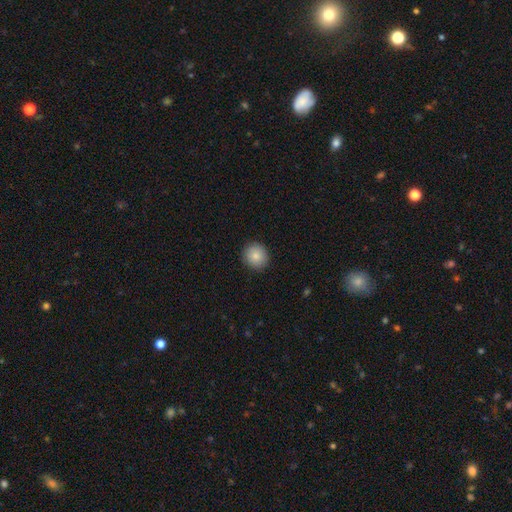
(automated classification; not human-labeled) Smooth or featured: smooth — 86% (star or artifact — 9%)
How rounded: round — 90% (in between — 9%)
Merging: none — 92% (minor disturbance — 6%)